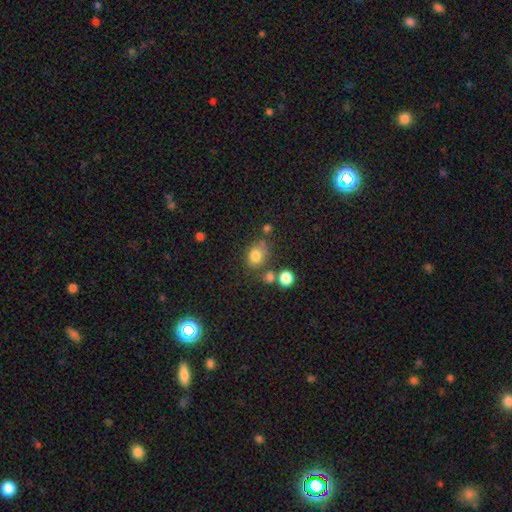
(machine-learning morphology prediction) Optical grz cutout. It shows a smooth galaxy with no disk features (79%) that is in between round and cigar-shaped (52%). Merging: none (56%).